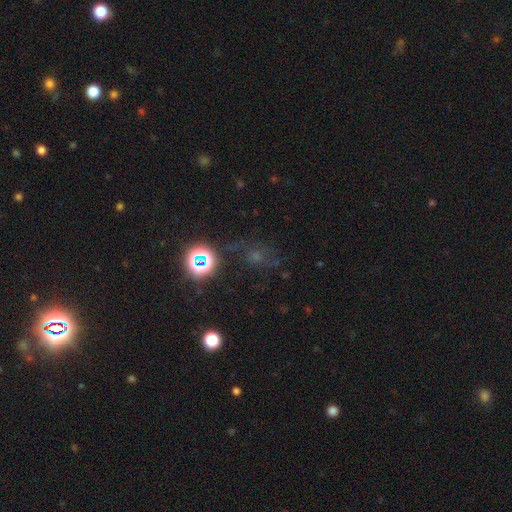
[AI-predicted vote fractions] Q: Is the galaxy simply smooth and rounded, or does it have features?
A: star or artifact — 50%.